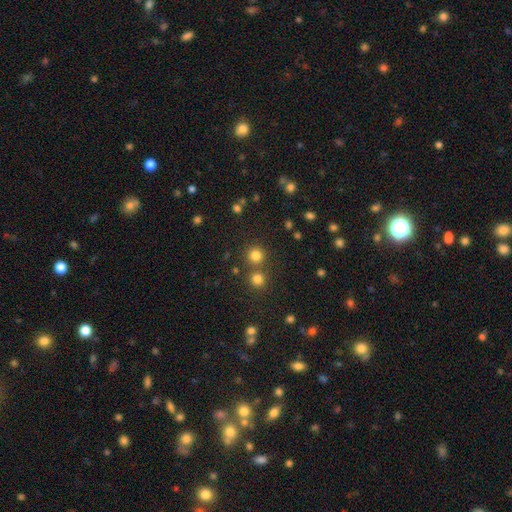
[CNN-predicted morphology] A smooth galaxy with no disk features (79%) that is round (93%). Merging: none (75%).